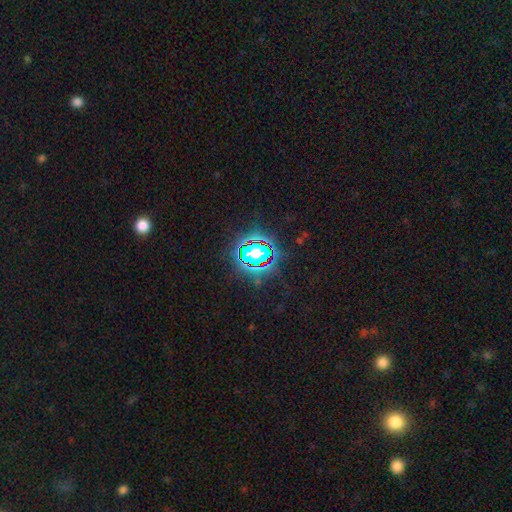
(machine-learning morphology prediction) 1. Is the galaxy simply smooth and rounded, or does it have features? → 80% star or artifact, 12% smooth, 8% featured or disk.